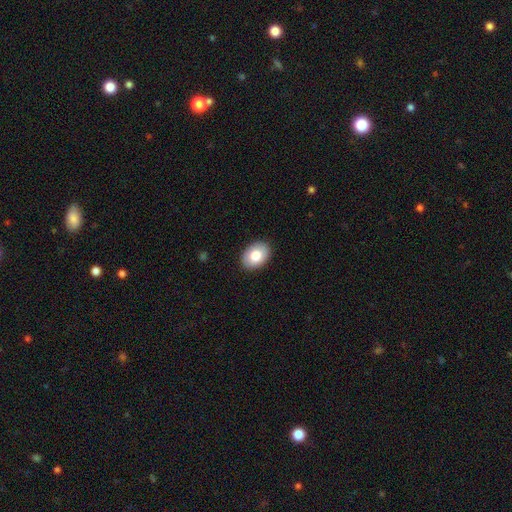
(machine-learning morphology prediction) Smooth or featured?
  - smooth: 82% *
  - featured or disk: 11%
  - star or artifact: 7%
How rounded?
  - in between: 79% *
  - round: 21%
  - cigar-shaped: 1%
Merging?
  - none: 89% *
  - minor disturbance: 8%
  - major disturbance: 2%
  - merger: 1%